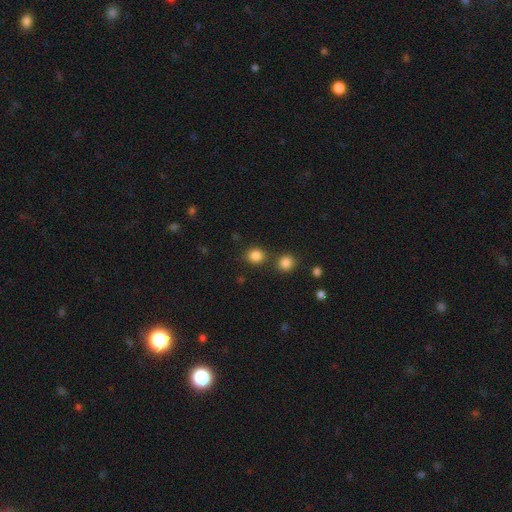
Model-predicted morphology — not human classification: smooth_or_featured: smooth (p=0.84) [alt: star or artifact p=0.12]
how_rounded: round (p=0.78) [alt: in between p=0.21]
merging: none (p=0.75) [alt: merger p=0.12]